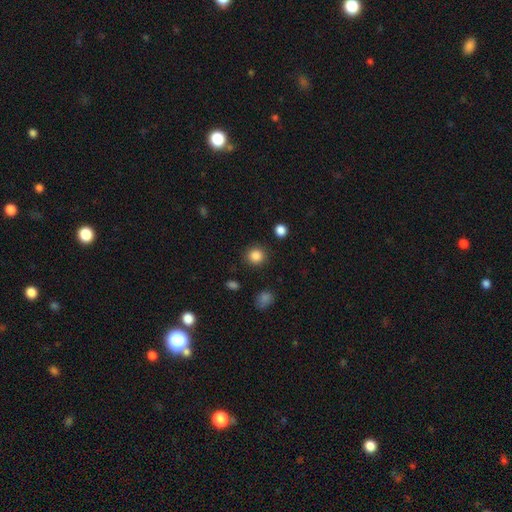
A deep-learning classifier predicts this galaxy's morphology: This is clearly a smooth galaxy (87%). How rounded: clearly round (90%). Merging: clearly none (89%).